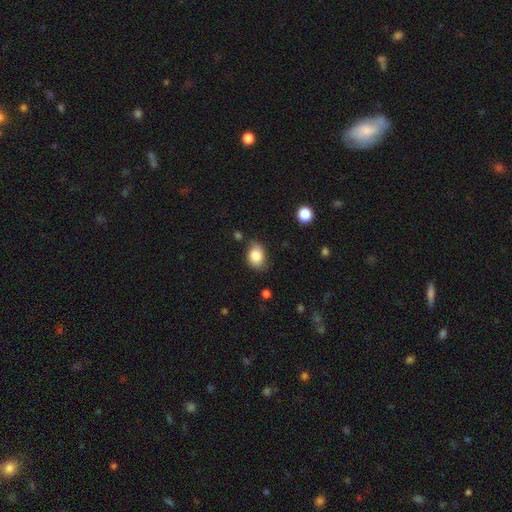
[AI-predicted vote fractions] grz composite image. It shows a smooth galaxy with no disk features (82%) that is in between round and cigar-shaped (68%). Merging: none (68%).